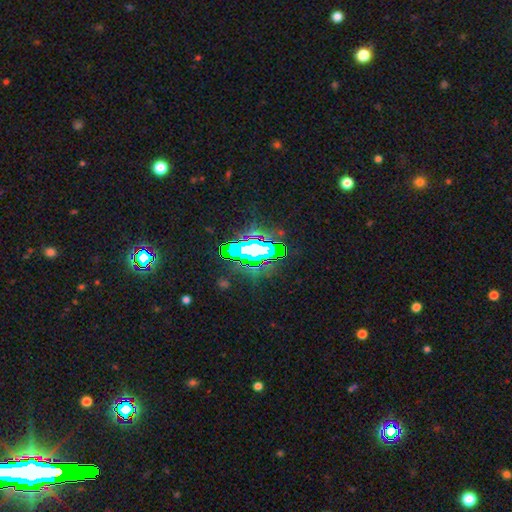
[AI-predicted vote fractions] Overall: star or artifact (67%).